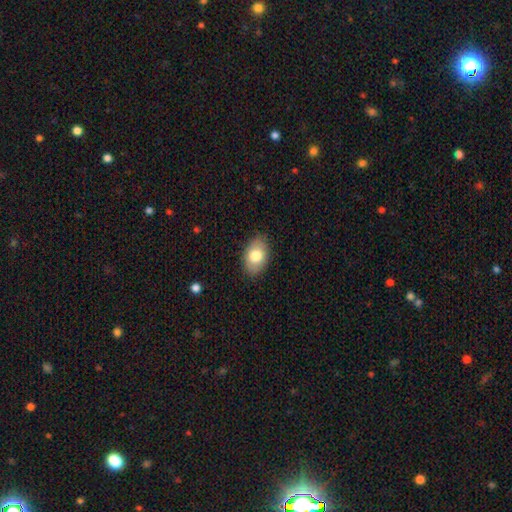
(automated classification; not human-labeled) Overall: smooth (77%). How rounded: in between (87%). Merging: none (86%).